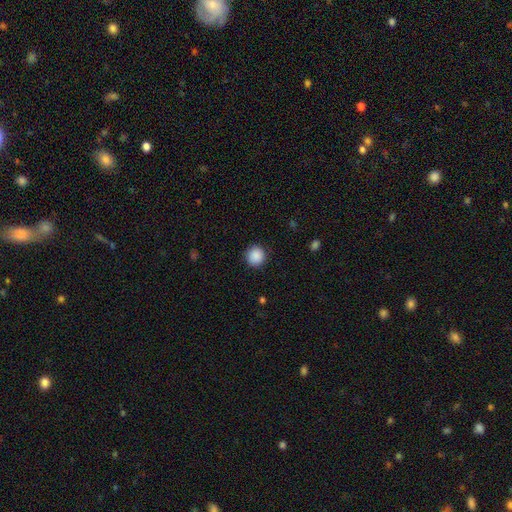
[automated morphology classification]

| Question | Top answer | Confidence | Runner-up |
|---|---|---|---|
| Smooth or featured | smooth | 89% | star or artifact (8%) |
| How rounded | round | 93% | in between (6%) |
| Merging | none | 90% | minor disturbance (7%) |